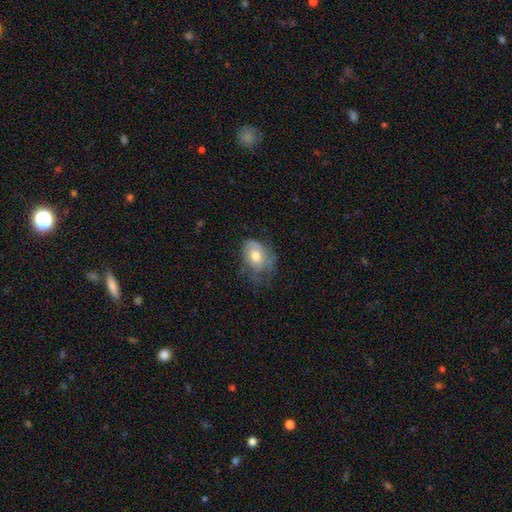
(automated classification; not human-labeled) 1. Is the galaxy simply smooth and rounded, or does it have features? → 60% smooth, 33% featured or disk, 8% star or artifact.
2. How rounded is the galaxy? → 78% in between, 20% round, 1% cigar-shaped.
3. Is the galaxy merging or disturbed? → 44% none, 34% minor disturbance, 21% major disturbance, 2% merger.